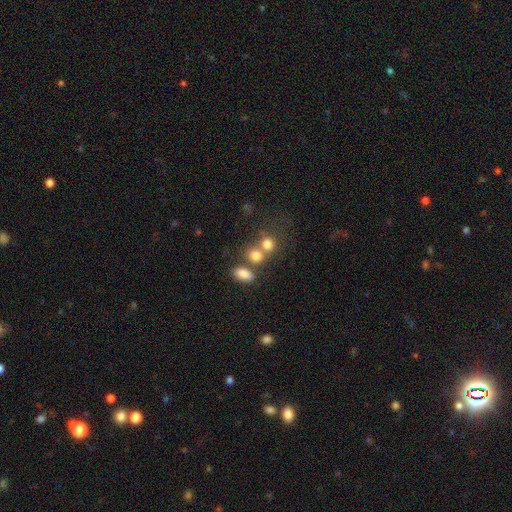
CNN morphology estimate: Smooth or featured? smooth (76%)
How rounded? round (53%)
Merging? none (44%)